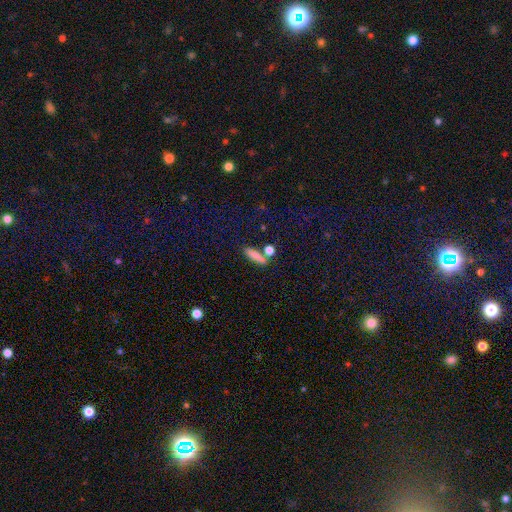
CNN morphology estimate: A smooth galaxy with no disk features (81%) that is cigar-shaped (62%).

Vote fractions:
- Smooth or featured? smooth: 81% / featured or disk: 10% / star or artifact: 9%
- How rounded? cigar-shaped: 62% / in between: 30% / round: 8%
- Merging? none: 66% / merger: 18% / minor disturbance: 12% / major disturbance: 5%